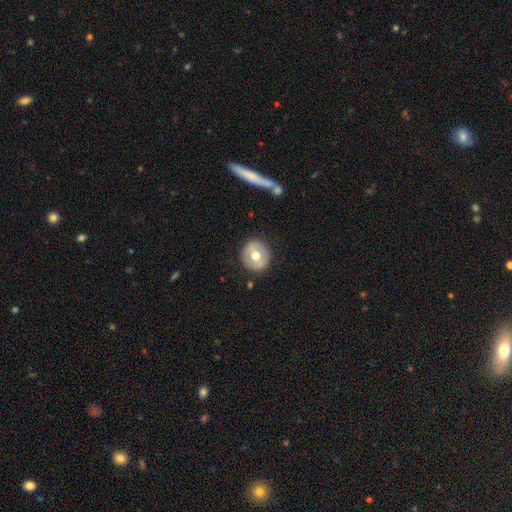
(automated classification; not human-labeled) smooth_or_featured: smooth (p=0.56) [alt: featured or disk p=0.38]
how_rounded: round (p=0.93) [alt: in between p=0.06]
merging: none (p=0.88) [alt: minor disturbance p=0.08]